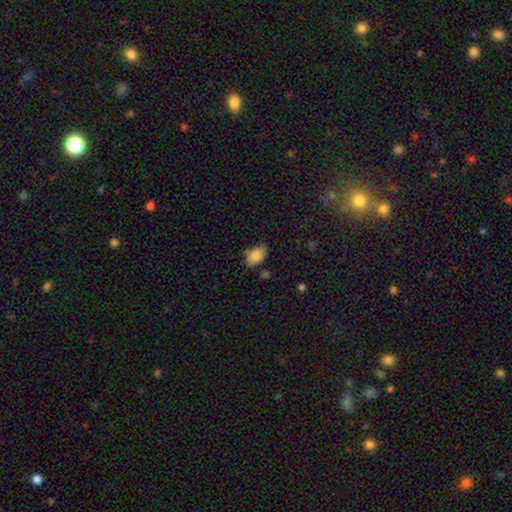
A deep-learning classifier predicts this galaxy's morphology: Smooth or featured?
  - smooth: 84% *
  - featured or disk: 8%
  - star or artifact: 8%
How rounded?
  - in between: 90% *
  - round: 9%
  - cigar-shaped: 2%
Merging?
  - none: 62% *
  - minor disturbance: 29%
  - major disturbance: 5%
  - merger: 4%